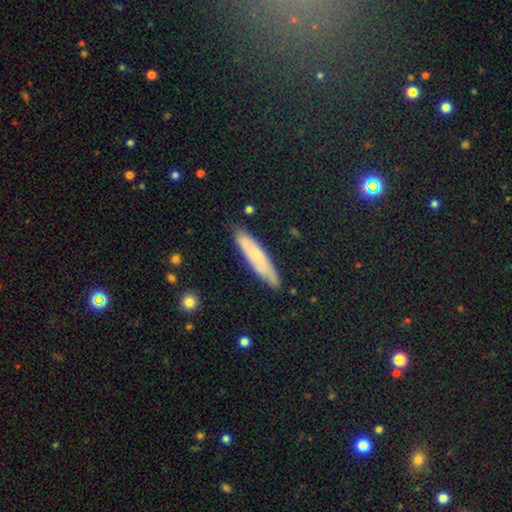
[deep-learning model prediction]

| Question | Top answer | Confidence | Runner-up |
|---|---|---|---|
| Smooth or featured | smooth | 62% | featured or disk (29%) |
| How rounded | cigar-shaped | 85% | in between (13%) |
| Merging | none | 84% | minor disturbance (12%) |